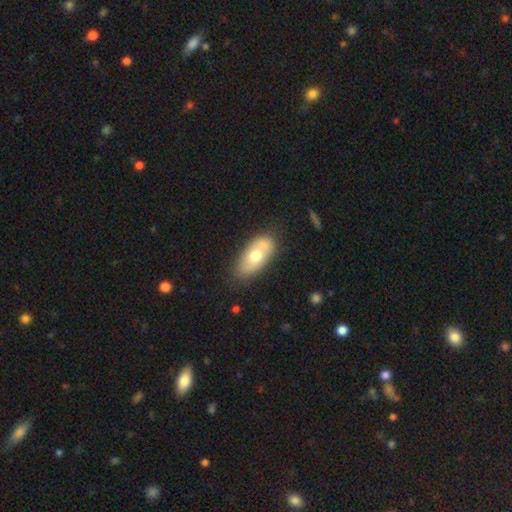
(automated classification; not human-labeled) Smooth or featured? smooth (64%)
How rounded? in between (90%)
Merging? none (65%)